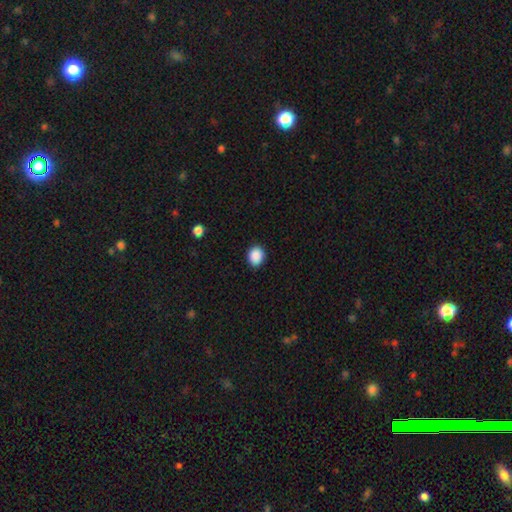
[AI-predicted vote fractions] Overall: smooth (90%). How rounded: round (62%; in between 37%). Merging: none (89%).